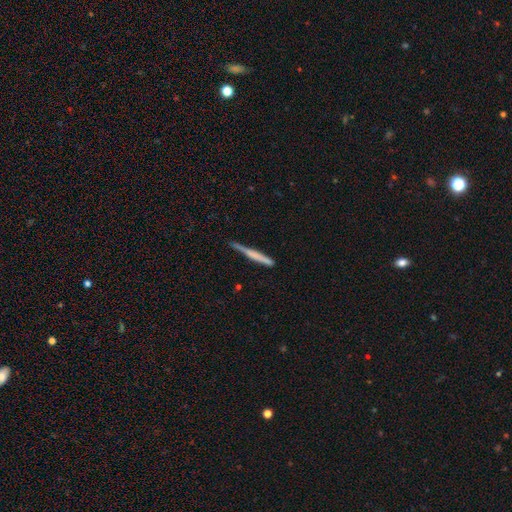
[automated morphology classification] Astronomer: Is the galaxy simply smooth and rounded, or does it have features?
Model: smooth — 54% (runner-up: featured or disk, 40%).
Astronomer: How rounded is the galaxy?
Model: cigar-shaped — 96%.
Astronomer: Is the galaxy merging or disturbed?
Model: none — 73%.